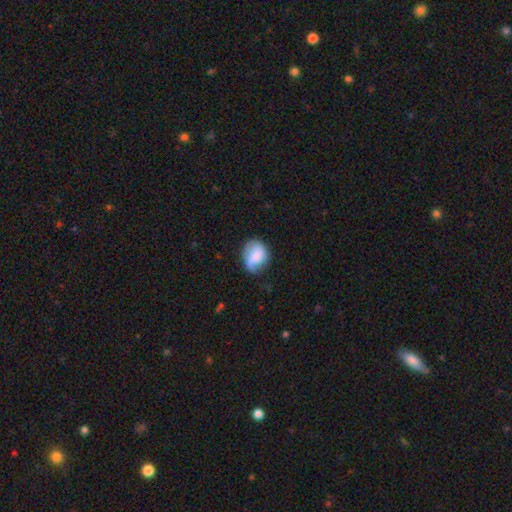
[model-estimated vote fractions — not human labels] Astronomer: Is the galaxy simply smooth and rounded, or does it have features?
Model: smooth — 61%.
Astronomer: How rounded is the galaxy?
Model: round — 53% (runner-up: in between, 46%).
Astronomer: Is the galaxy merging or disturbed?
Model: none — 49% (runner-up: minor disturbance, 33%).